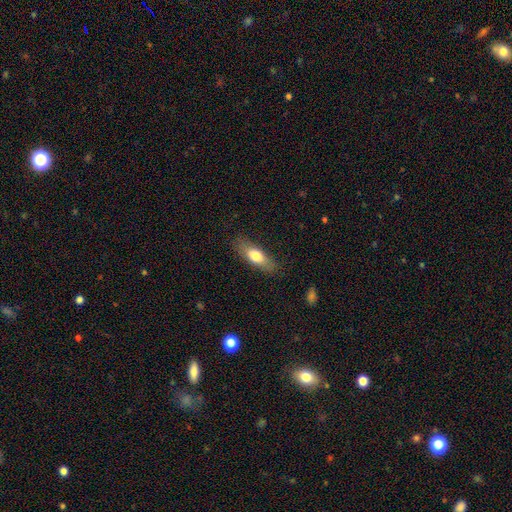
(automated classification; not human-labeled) smooth 71%, featured or disk 23%, star or artifact 6%. Down the decision tree: how rounded — in between (62%); merging — none (81%).